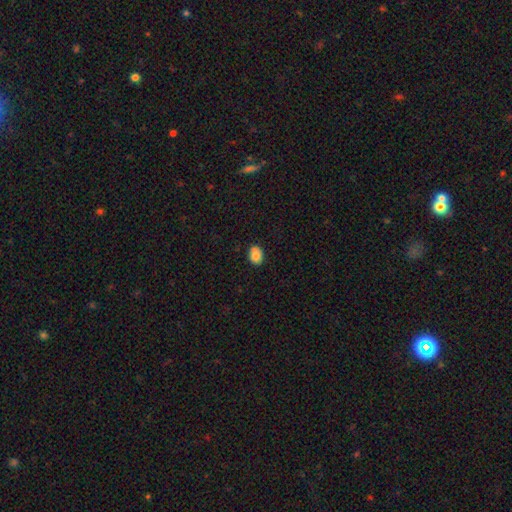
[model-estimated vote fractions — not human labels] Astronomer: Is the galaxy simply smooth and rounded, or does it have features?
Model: smooth — 79%.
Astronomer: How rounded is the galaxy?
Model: in between — 56% (runner-up: round, 43%).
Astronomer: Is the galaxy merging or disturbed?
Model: none — 61%.